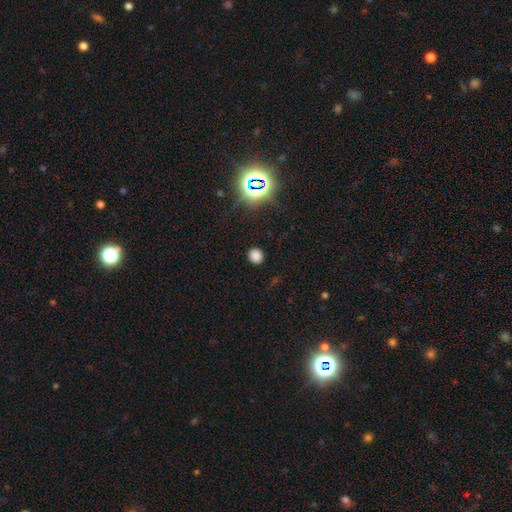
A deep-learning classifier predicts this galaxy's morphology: smooth_or_featured: smooth (p=0.78) [alt: star or artifact p=0.18]
how_rounded: round (p=0.81) [alt: in between p=0.18]
merging: none (p=0.89) [alt: minor disturbance p=0.07]